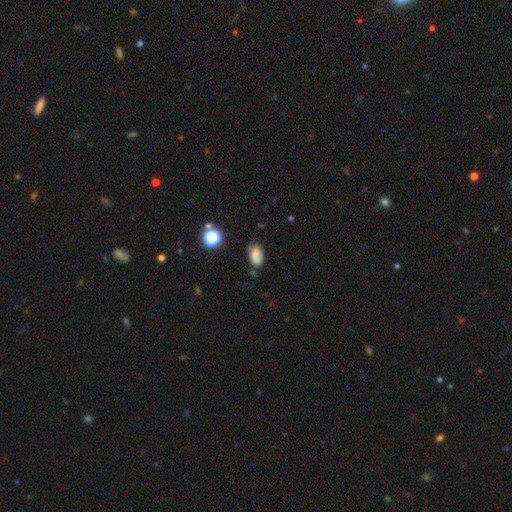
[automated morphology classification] Smooth or featured? Predicted: smooth (p=0.76). How rounded? Predicted: in between (p=0.86). Merging? Predicted: none (p=0.64).